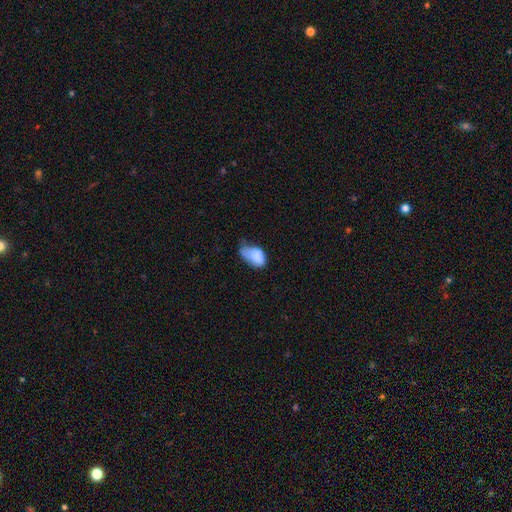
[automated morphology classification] A smooth galaxy with no disk features (80%) that is in between round and cigar-shaped (91%). Merging: minor disturbance (47%).